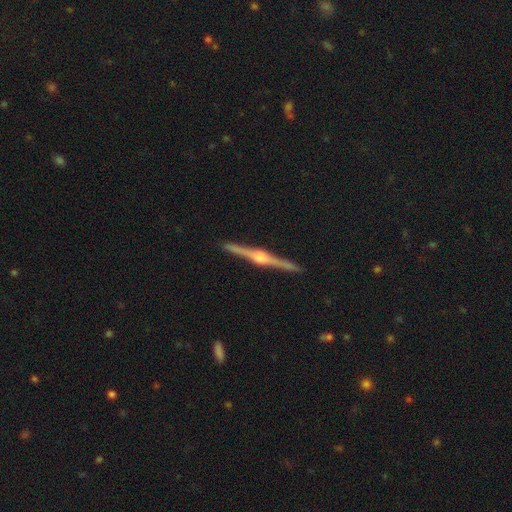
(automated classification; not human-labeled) Smooth or featured? featured or disk (89%)
Edge-on disk? yes (99%)
Edge-on bulge? rounded (87%)
Merging? none (93%)